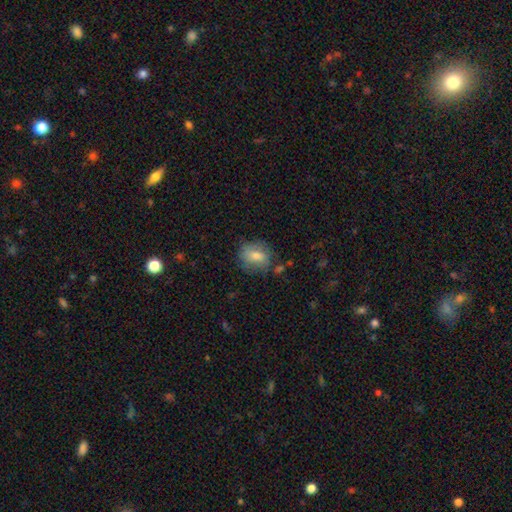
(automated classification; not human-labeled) Overall: smooth (70%). How rounded: in between (52%; round 46%). Merging: none (72%).